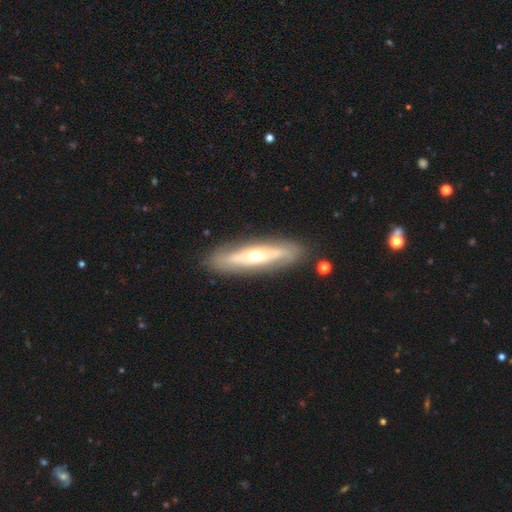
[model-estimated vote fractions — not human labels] Overall: featured or disk (66%; smooth 29%). Edge-on disk: no (55%; yes 45%). Merging: none (84%).